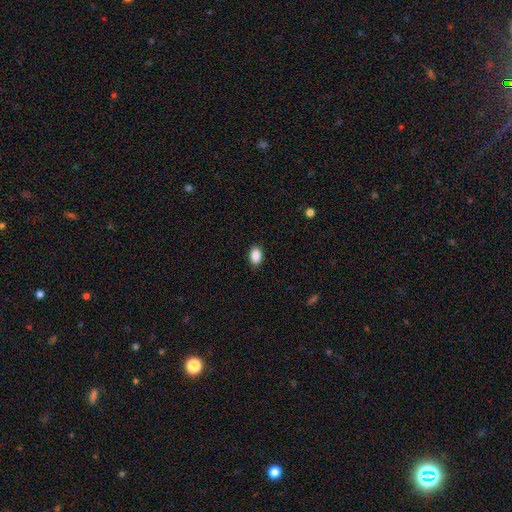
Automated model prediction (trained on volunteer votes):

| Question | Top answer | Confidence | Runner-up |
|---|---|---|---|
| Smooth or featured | smooth | 89% | star or artifact (8%) |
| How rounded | in between | 84% | round (14%) |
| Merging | none | 89% | minor disturbance (8%) |